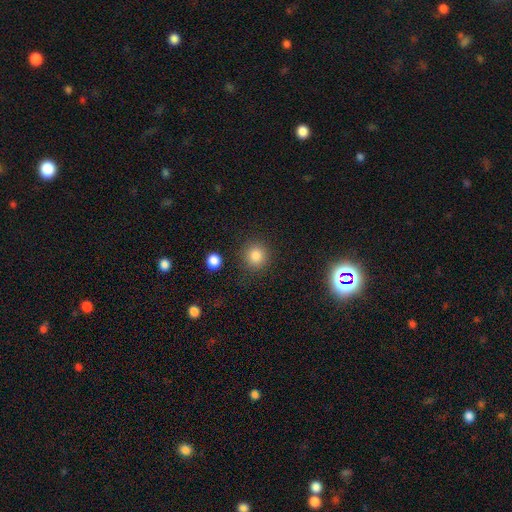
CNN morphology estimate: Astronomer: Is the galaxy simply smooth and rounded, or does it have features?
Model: smooth — 85%.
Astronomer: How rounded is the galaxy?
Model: round — 92%.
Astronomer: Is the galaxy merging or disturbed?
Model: none — 87%.